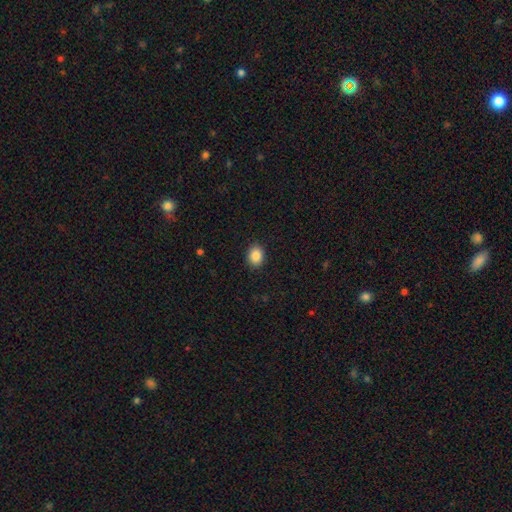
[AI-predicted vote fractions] A smooth galaxy with no disk features (87%) that is round (50%). Merging: none (89%).